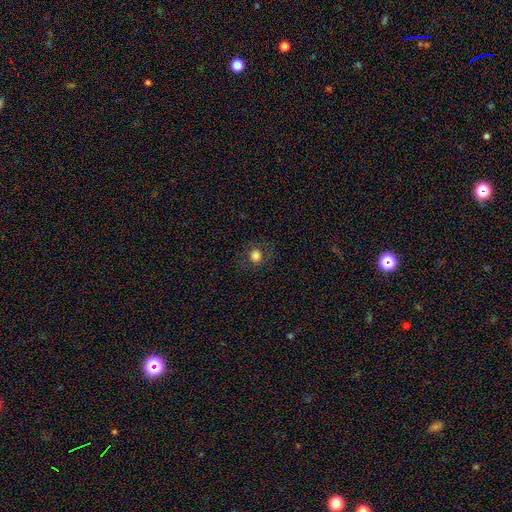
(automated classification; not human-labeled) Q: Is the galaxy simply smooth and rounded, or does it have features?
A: smooth — 78%.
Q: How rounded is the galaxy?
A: round — 90%.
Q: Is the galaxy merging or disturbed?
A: none — 86%.